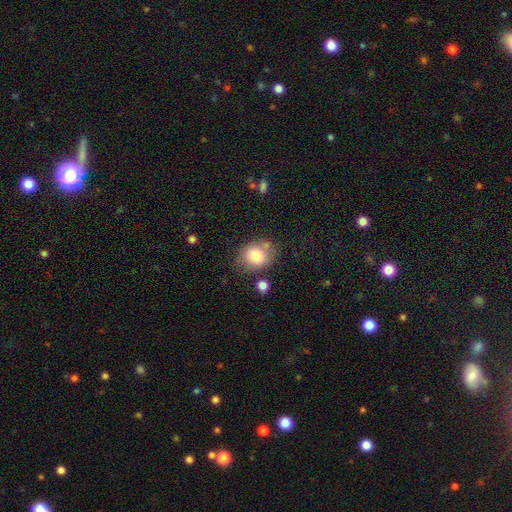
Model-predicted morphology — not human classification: Q: Smooth or featured?
A: smooth (82%); runner-up: featured or disk (10%)
Q: How rounded?
A: round (56%); runner-up: in between (43%)
Q: Merging?
A: none (63%); runner-up: minor disturbance (21%)